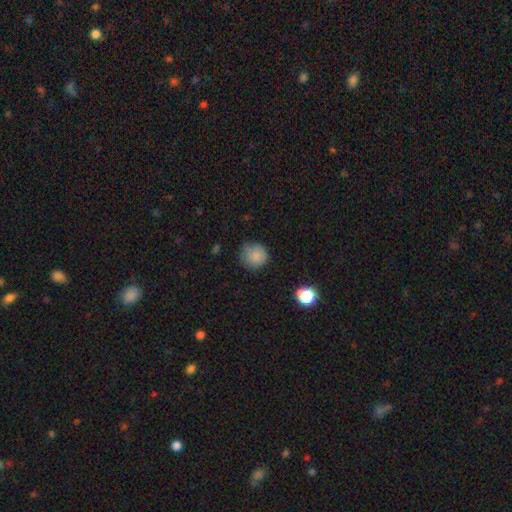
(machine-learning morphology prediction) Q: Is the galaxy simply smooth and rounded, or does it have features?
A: smooth — 82%.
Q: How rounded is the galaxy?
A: round — 88%.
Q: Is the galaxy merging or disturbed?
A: none — 67%.